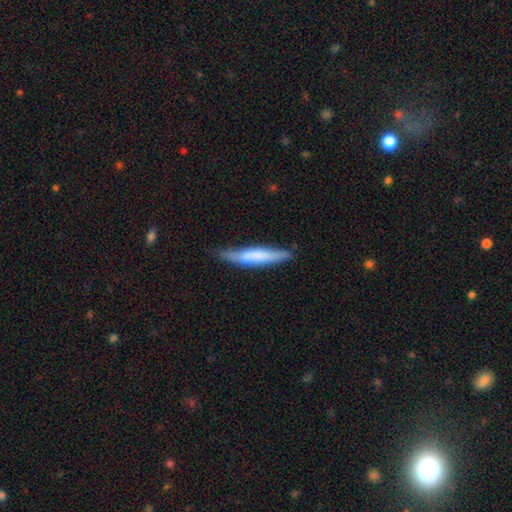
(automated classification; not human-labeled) Smooth or featured? Predicted: smooth (p=0.62). How rounded? Predicted: cigar-shaped (p=0.92). Merging? Predicted: none (p=0.78).